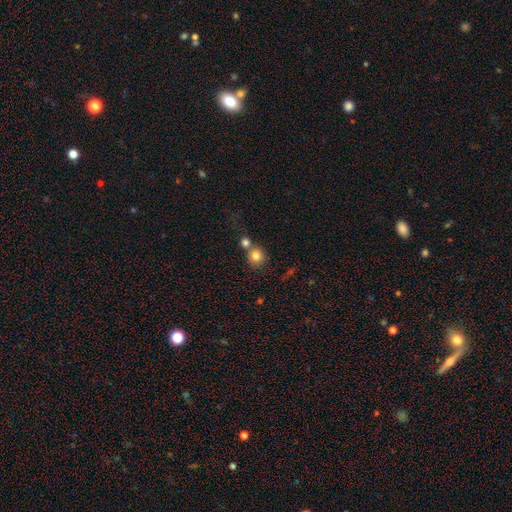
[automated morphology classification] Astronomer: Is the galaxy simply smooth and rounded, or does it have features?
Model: smooth — 81%.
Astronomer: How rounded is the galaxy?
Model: round — 88%.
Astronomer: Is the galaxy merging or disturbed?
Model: none — 54% (runner-up: merger, 35%).